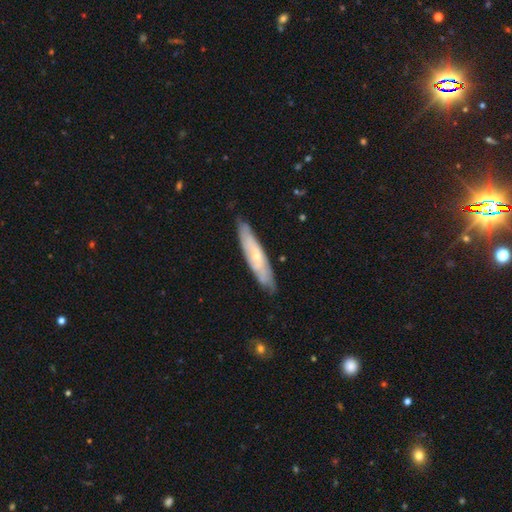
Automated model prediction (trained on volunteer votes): A featured or disk galaxy (59%).

Vote fractions:
- Smooth or featured? featured or disk: 59% / smooth: 35% / star or artifact: 6%
- Edge-on disk? no: 51% / yes: 49%
- Merging? none: 81% / minor disturbance: 15% / major disturbance: 3% / merger: 1%